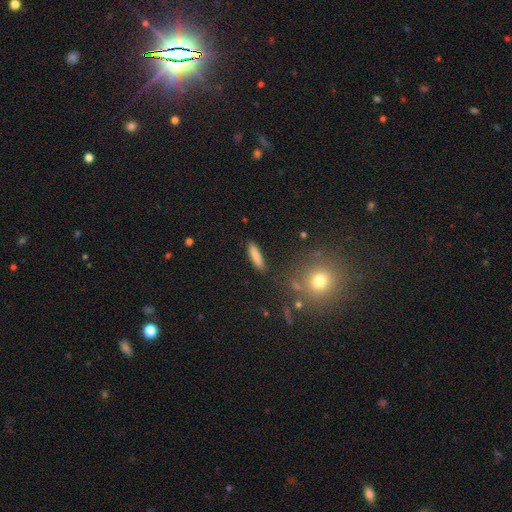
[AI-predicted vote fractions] This appears to be a smooth galaxy with no disk features (82%) that is cigar-shaped (72%). Merging: none (87%).